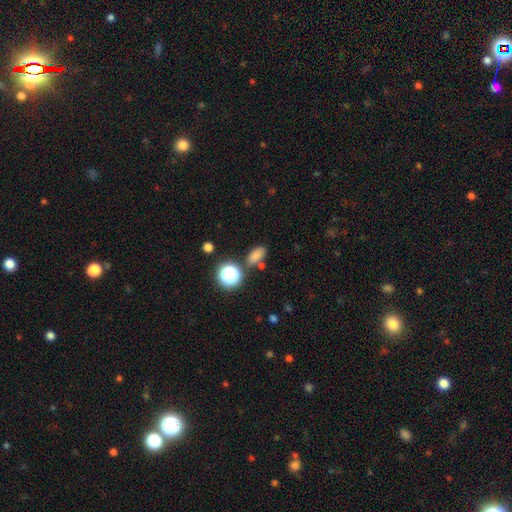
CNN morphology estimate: A smooth galaxy with no disk features (76%) that is in between round and cigar-shaped (82%). Merging: none (74%).